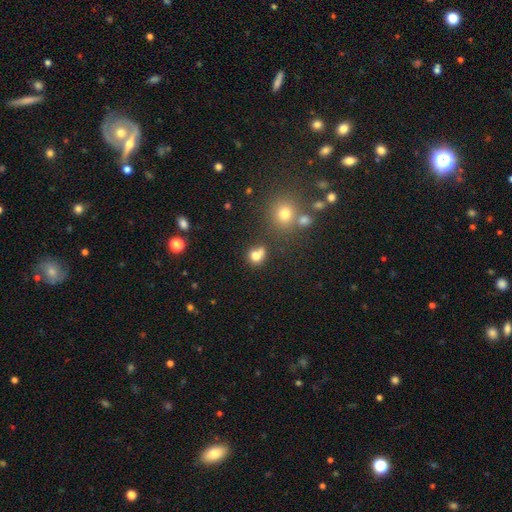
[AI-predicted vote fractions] smooth-or-featured: smooth: 76% | star or artifact: 14% | featured or disk: 10%
  how-rounded: round: 74% | in between: 25% | cigar-shaped: 1%
  merging: none: 46% | merger: 31% | minor disturbance: 15% | major disturbance: 7%